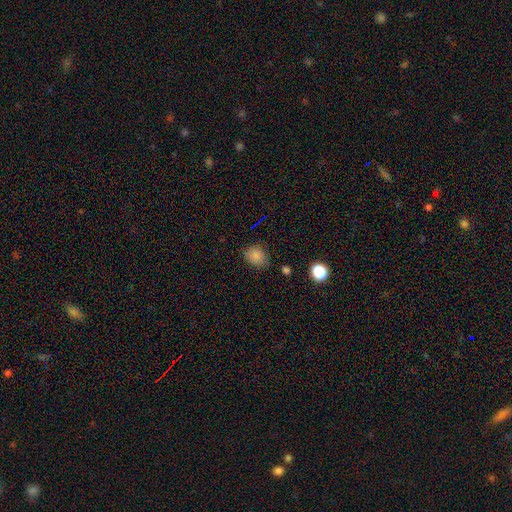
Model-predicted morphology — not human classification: Smooth or featured?
  - smooth: 82% *
  - star or artifact: 12%
  - featured or disk: 6%
How rounded?
  - in between: 51% *
  - round: 48%
  - cigar-shaped: 1%
Merging?
  - none: 75% *
  - minor disturbance: 19%
  - major disturbance: 4%
  - merger: 2%